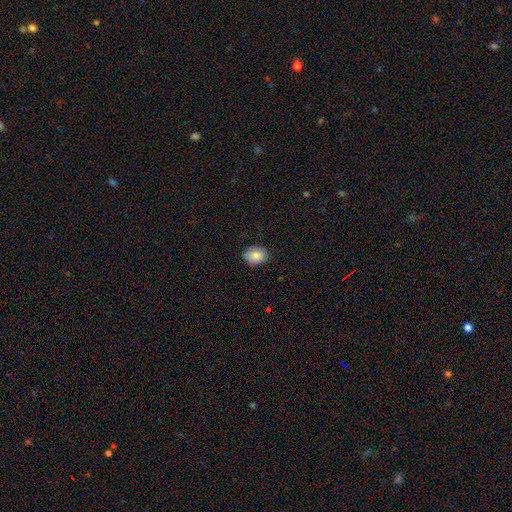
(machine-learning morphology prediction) smooth-or-featured: smooth: 86% | star or artifact: 8% | featured or disk: 6%
  how-rounded: in between: 54% | round: 45% | cigar-shaped: 1%
  merging: none: 85% | minor disturbance: 12% | major disturbance: 2% | merger: 1%